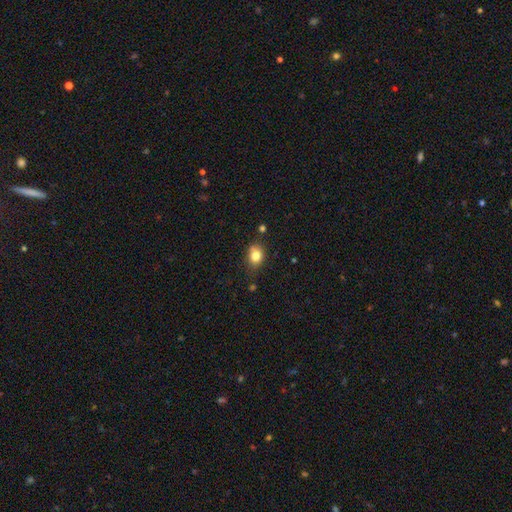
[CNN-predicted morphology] A smooth galaxy with no disk features (81%) that is in between round and cigar-shaped (50%).

Vote fractions:
- Smooth or featured? smooth: 81% / star or artifact: 11% / featured or disk: 8%
- How rounded? in between: 50% / round: 49% / cigar-shaped: 1%
- Merging? none: 70% / minor disturbance: 20% / merger: 6% / major disturbance: 4%